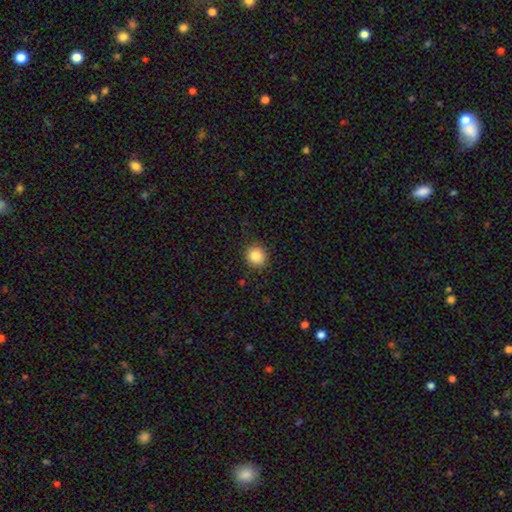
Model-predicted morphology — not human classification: This appears to be a smooth galaxy with no disk features (85%) that is round (89%). Merging: none (90%).